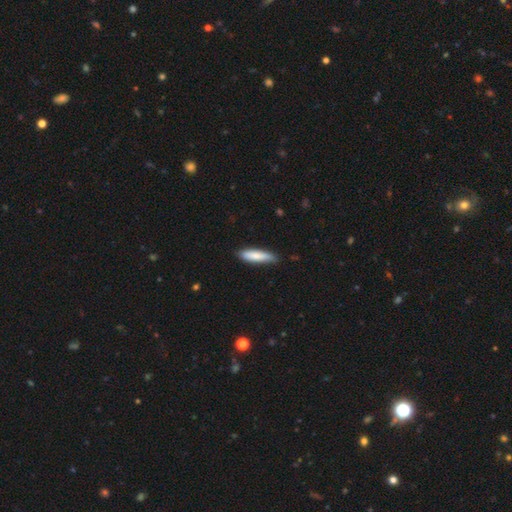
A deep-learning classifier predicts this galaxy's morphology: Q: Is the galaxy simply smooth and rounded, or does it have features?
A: smooth — 79%.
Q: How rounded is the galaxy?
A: cigar-shaped — 75%.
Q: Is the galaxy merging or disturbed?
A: none — 80%.